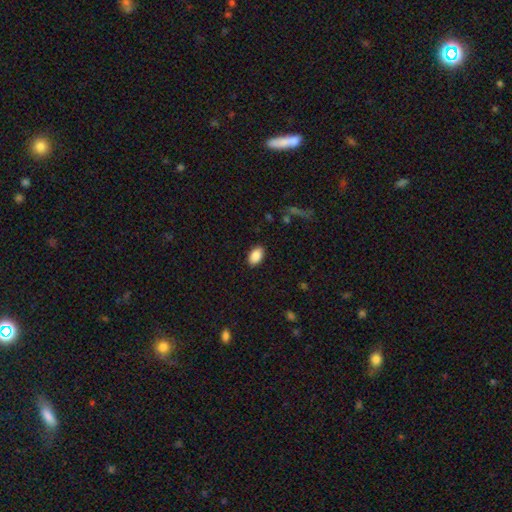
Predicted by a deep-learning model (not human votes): Smooth or featured?
  - smooth: 89% *
  - star or artifact: 7%
  - featured or disk: 4%
How rounded?
  - in between: 93% *
  - round: 6%
  - cigar-shaped: 1%
Merging?
  - none: 88% *
  - minor disturbance: 8%
  - major disturbance: 2%
  - merger: 1%